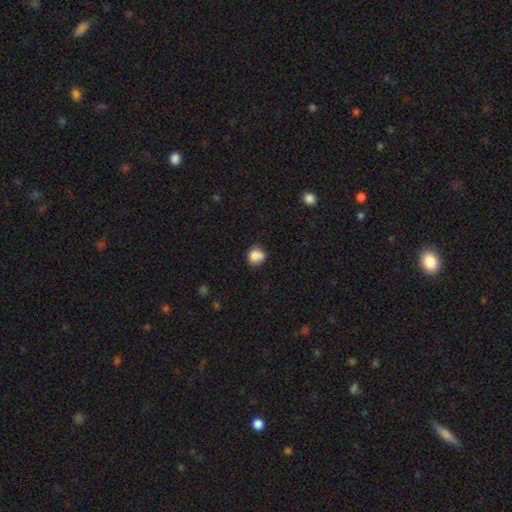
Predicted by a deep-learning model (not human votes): This appears to be a smooth galaxy with no disk features (84%) that is round (76%). Merging: none (63%).